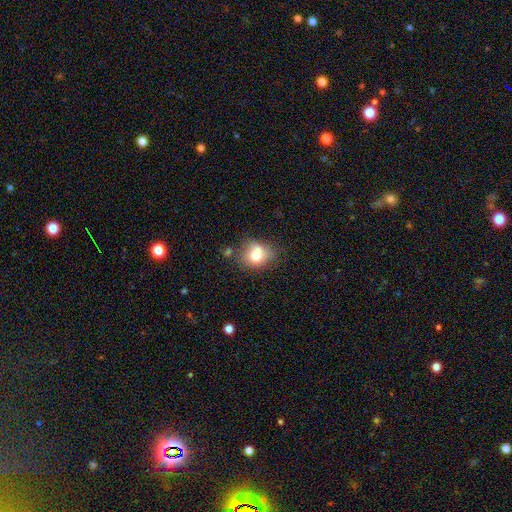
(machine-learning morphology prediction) This is likely a smooth galaxy (70%). How rounded: likely round (62%). Merging: possibly none (47%).